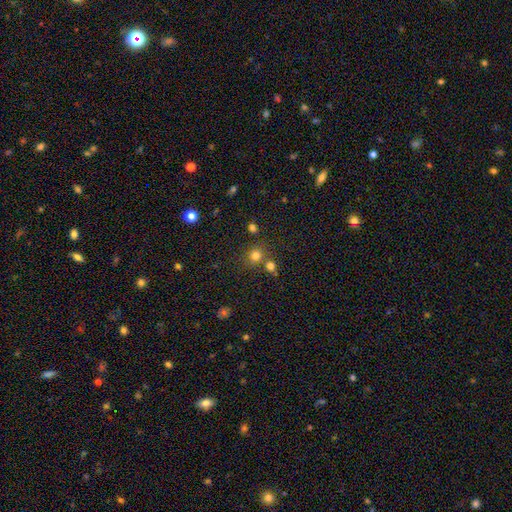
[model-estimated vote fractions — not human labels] smooth-or-featured: smooth: 77% | star or artifact: 16% | featured or disk: 7%
  how-rounded: round: 83% | in between: 16% | cigar-shaped: 1%
  merging: none: 69% | merger: 18% | minor disturbance: 9% | major disturbance: 4%